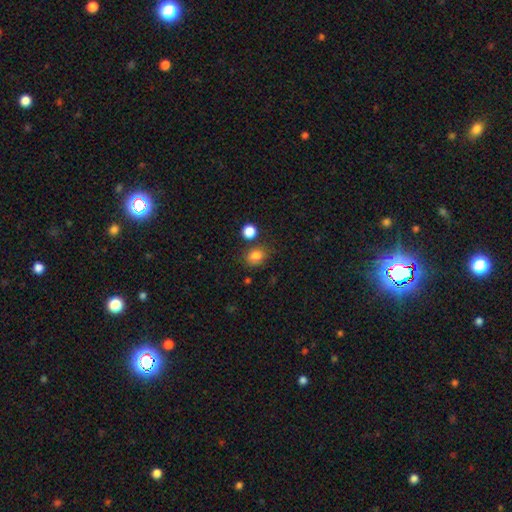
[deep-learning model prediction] The model was most divided on "how rounded": round: 63%, in between: 36%, cigar-shaped: 1%. More confident: smooth or featured — smooth (82%); merging — none (75%).